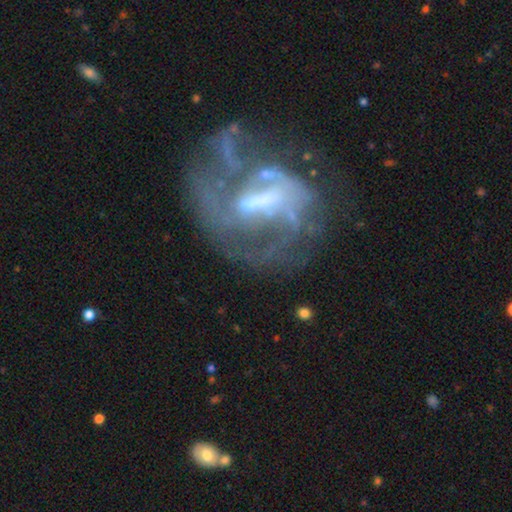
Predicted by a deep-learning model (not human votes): This appears to be a featured or disk galaxy (78%) with a weak bar (41%), medium (40%) spiral arms (68%) and a moderate central bulge (37%). Merging: major disturbance (38%).